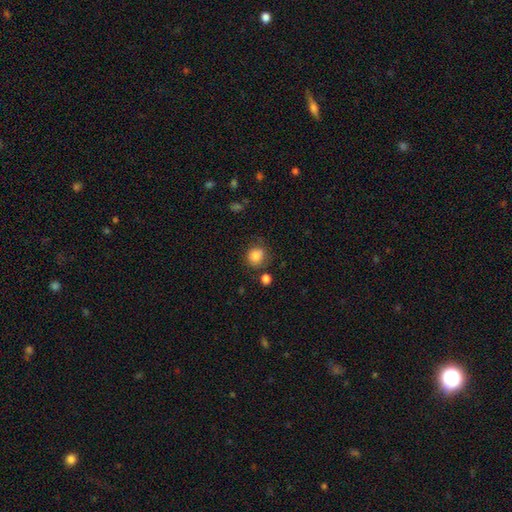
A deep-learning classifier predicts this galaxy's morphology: This appears to be a smooth galaxy with no disk features (84%) that is round (84%). Merging: none (73%).